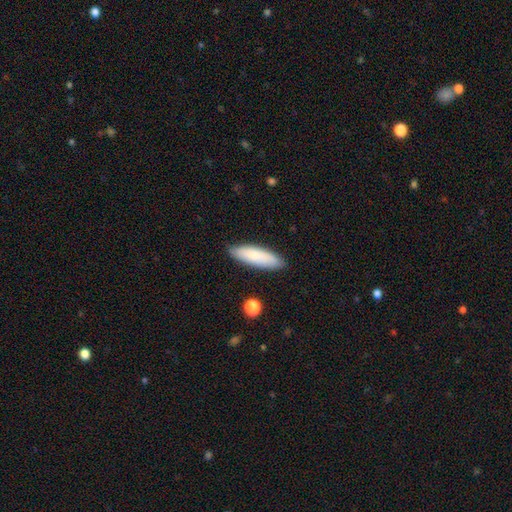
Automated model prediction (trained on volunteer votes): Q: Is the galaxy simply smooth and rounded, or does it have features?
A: smooth — 80%.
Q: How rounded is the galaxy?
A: cigar-shaped — 52%.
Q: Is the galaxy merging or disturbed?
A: none — 86%.